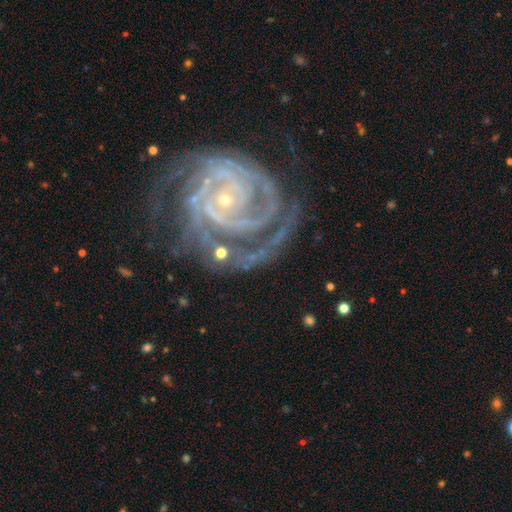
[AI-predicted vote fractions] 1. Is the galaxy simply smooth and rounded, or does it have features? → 91% featured or disk, 6% star or artifact, 3% smooth.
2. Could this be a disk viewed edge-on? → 98% no, 2% yes.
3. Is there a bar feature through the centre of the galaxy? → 66% no, 21% weak, 13% strong.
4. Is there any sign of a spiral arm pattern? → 98% yes, 2% no.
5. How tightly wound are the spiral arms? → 78% tight, 19% medium, 3% loose.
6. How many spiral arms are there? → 28% 2, 27% 3, 14% 4, 14% can't tell, 9% more than 4, 8% 1.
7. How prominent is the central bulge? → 85% small, 12% moderate, 2% none, 1% large, 1% dominant.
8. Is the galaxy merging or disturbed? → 62% none, 21% minor disturbance, 13% major disturbance, 4% merger.